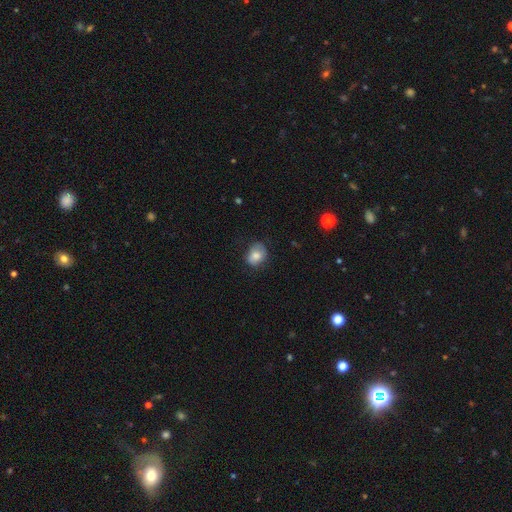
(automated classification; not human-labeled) Smooth or featured?
  - smooth: 76% *
  - featured or disk: 16%
  - star or artifact: 9%
How rounded?
  - in between: 59% *
  - round: 40%
  - cigar-shaped: 1%
Merging?
  - none: 60% *
  - minor disturbance: 28%
  - major disturbance: 10%
  - merger: 2%